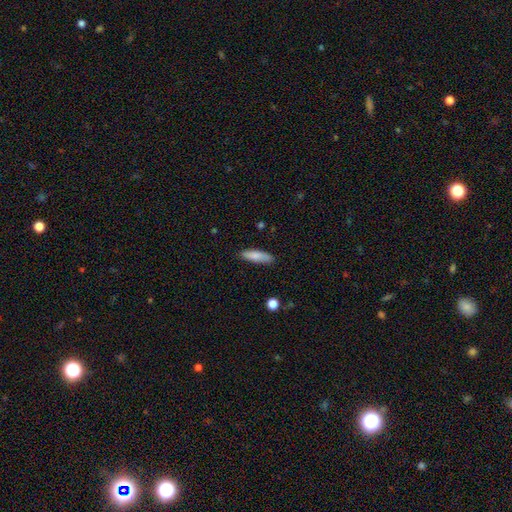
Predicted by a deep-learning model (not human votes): smooth 81%, featured or disk 12%, star or artifact 6%. Down the decision tree: how rounded — cigar-shaped (59%); merging — none (85%).